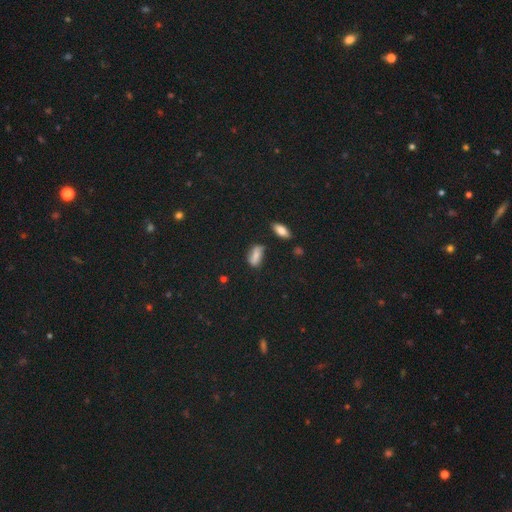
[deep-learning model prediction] Smooth or featured? Predicted: smooth (p=0.68). How rounded? Predicted: in between (p=0.81). Merging? Predicted: none (p=0.64).